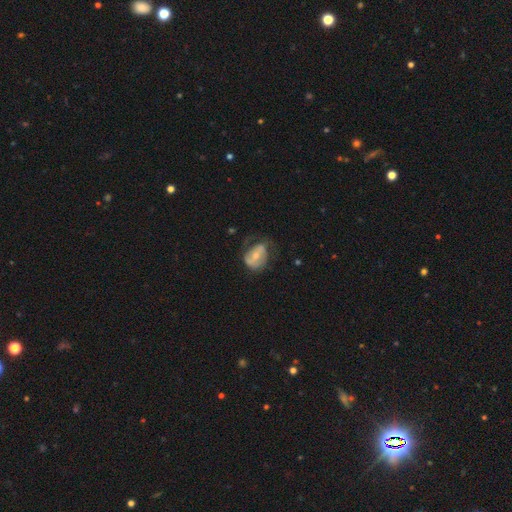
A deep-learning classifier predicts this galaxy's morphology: A featured or disk galaxy (54%) with no bar (44%), spiral arms (60%) and a moderate central bulge (47%, tied with small). Merging: none (40%).